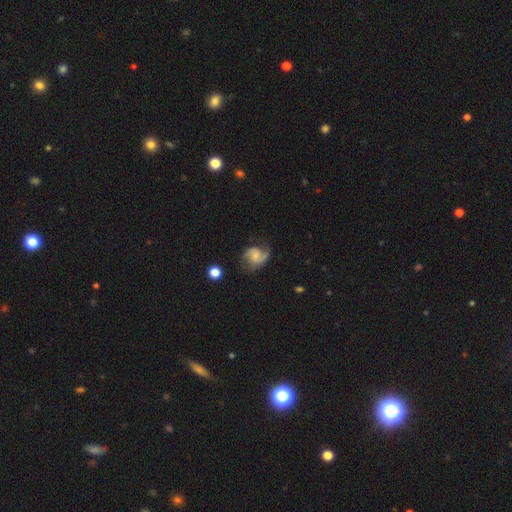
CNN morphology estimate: featured or disk 72%, smooth 20%, star or artifact 7%. Down the decision tree: edge-on disk — no (98%); bar — no (60%); spiral arms — yes (94%); spiral arm count — 2 (73%); spiral winding — medium (45%); bulge size — small (51%); merging — none (59%).